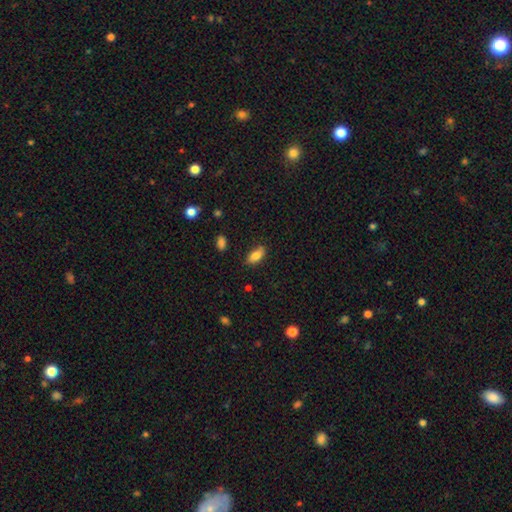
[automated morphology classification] This is clearly a smooth galaxy (83%). How rounded: clearly in between (85%). Merging: likely none (79%).